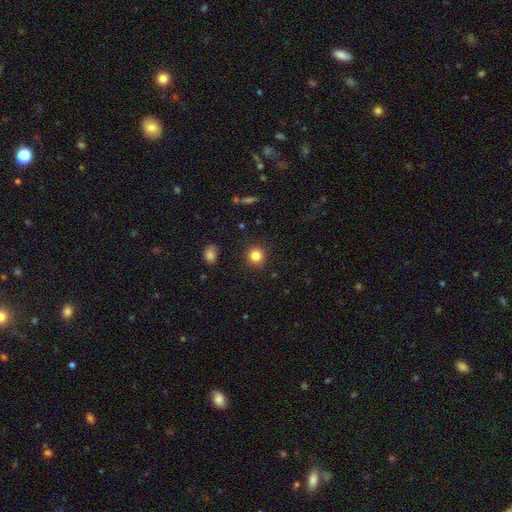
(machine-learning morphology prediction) This is clearly a smooth galaxy (84%). How rounded: clearly round (92%). Merging: clearly none (90%).